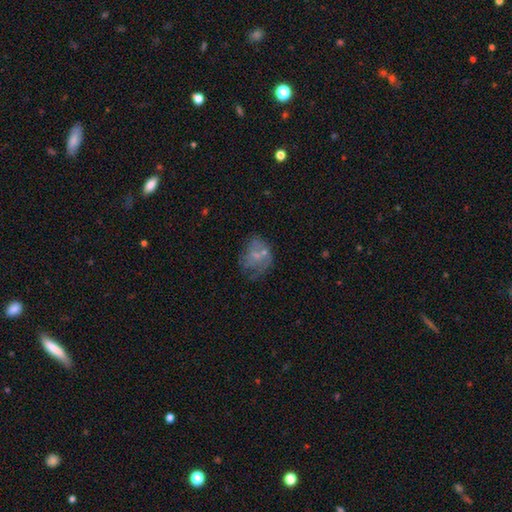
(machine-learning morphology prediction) Q: Smooth or featured?
A: featured or disk (48%); runner-up: smooth (38%)
Q: Merging?
A: none (40%); runner-up: major disturbance (25%)